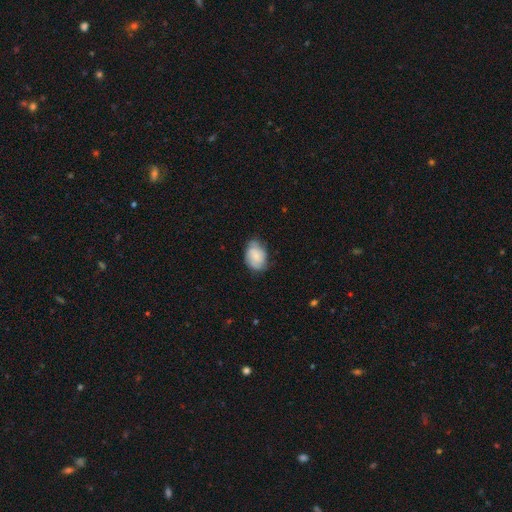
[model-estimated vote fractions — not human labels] Smooth or featured? smooth (68%)
How rounded? in between (75%)
Merging? none (64%)